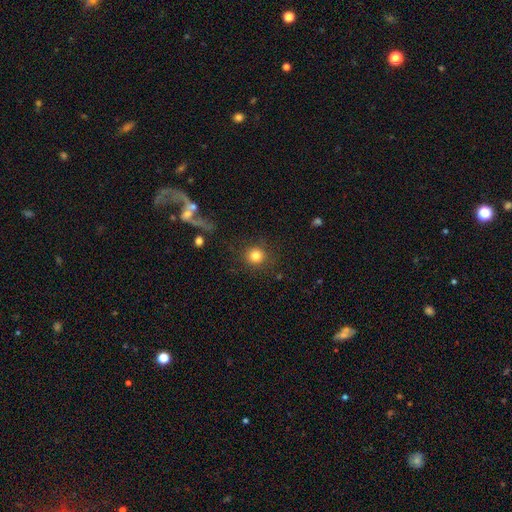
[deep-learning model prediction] smooth_or_featured: smooth (p=0.82) [alt: star or artifact p=0.12]
how_rounded: round (p=0.93) [alt: in between p=0.06]
merging: none (p=0.87) [alt: minor disturbance p=0.07]